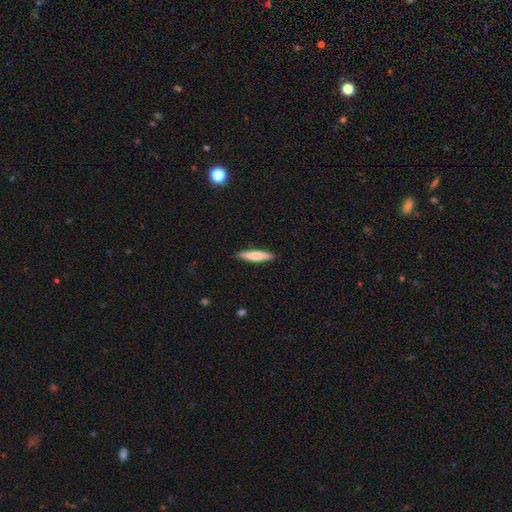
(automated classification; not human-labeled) smooth_or_featured: smooth (p=0.70) [alt: featured or disk p=0.25]
how_rounded: cigar-shaped (p=0.86) [alt: in between p=0.12]
merging: none (p=0.90) [alt: minor disturbance p=0.07]